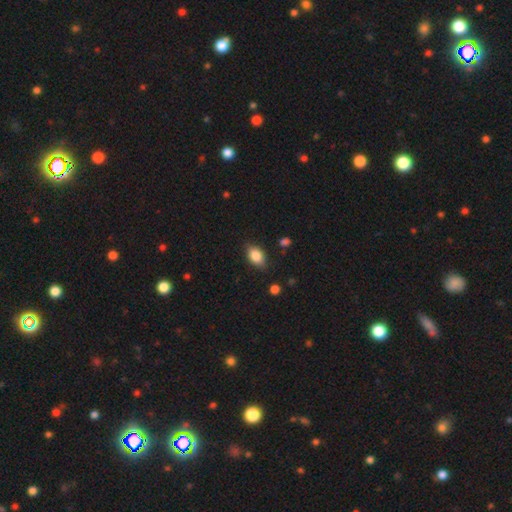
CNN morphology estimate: Overall: smooth (84%). How rounded: in between (87%). Merging: none (83%).